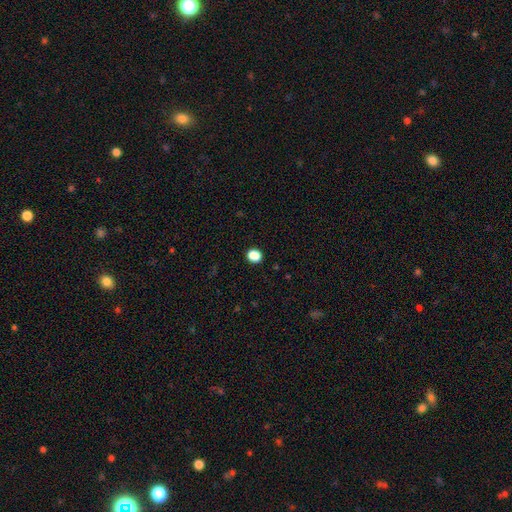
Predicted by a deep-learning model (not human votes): smooth_or_featured: smooth (p=0.84) [alt: star or artifact p=0.13]
how_rounded: round (p=0.61) [alt: in between p=0.38]
merging: none (p=0.88) [alt: minor disturbance p=0.07]